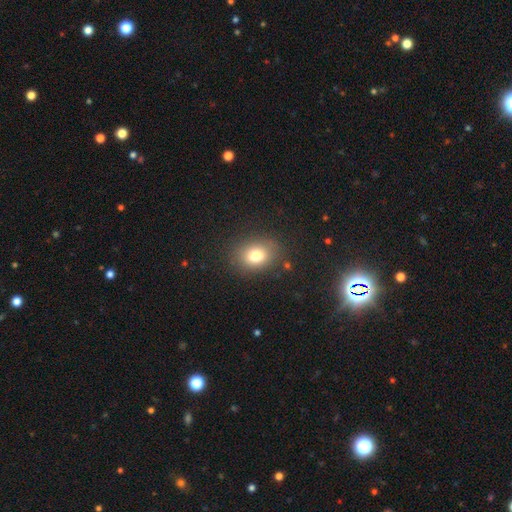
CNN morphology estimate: The model was most divided on "how rounded": in between: 55%, round: 44%, cigar-shaped: 1%. More confident: merging — none (84%); smooth or featured — smooth (77%).